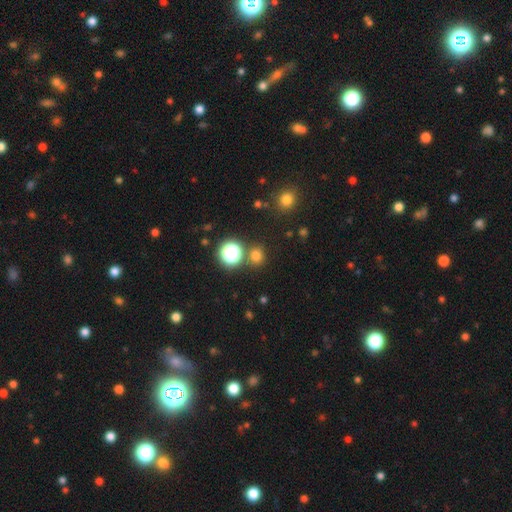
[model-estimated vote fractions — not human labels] Morphology: type=smooth (71%); roundness=round (85%); merging=none (82%).